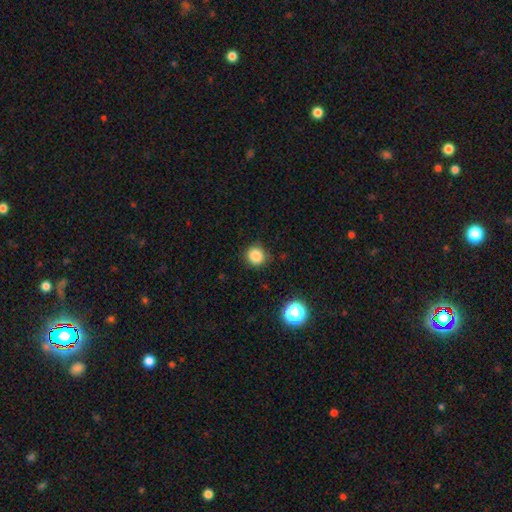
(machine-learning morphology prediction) Smooth or featured?
  - smooth: 84% *
  - star or artifact: 12%
  - featured or disk: 4%
How rounded?
  - round: 92% *
  - in between: 7%
  - cigar-shaped: 1%
Merging?
  - none: 85% *
  - minor disturbance: 11%
  - major disturbance: 3%
  - merger: 1%